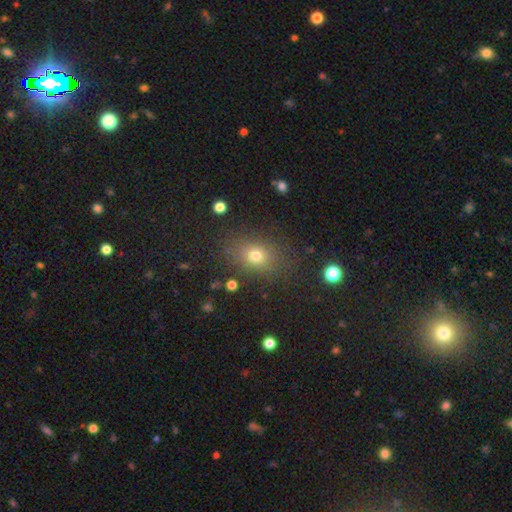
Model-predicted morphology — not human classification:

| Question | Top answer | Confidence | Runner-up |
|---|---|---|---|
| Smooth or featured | smooth | 73% | star or artifact (17%) |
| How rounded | in between | 54% | round (44%) |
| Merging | none | 82% | minor disturbance (11%) |